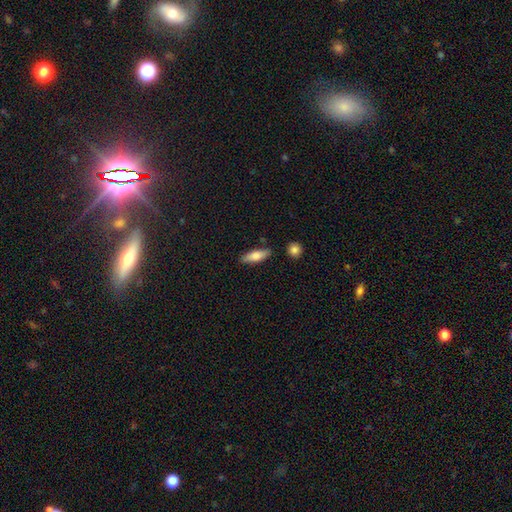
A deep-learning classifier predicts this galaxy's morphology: Smooth or featured? Predicted: smooth (p=0.74). How rounded? Predicted: in between (p=0.55). Merging? Predicted: none (p=0.82).